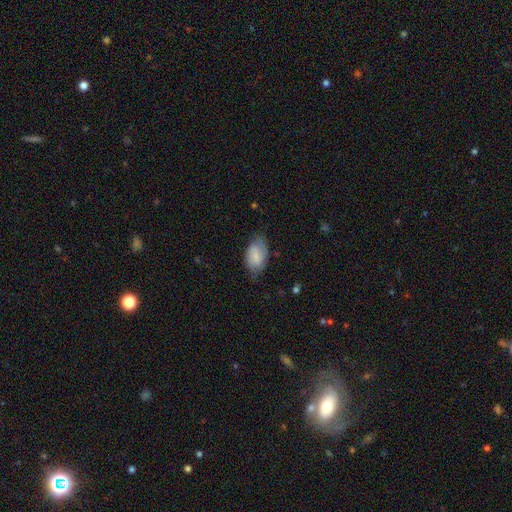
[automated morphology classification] A smooth galaxy with no disk features (70%) that is in between round and cigar-shaped (93%). Merging: none (66%).